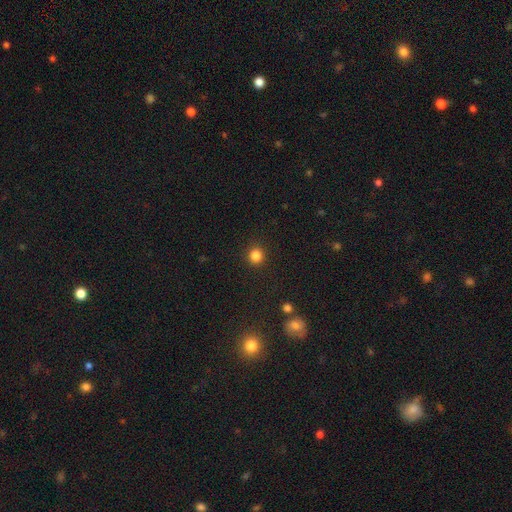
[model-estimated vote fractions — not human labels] smooth_or_featured: smooth (p=0.84) [alt: star or artifact p=0.12]
how_rounded: round (p=0.93) [alt: in between p=0.06]
merging: none (p=0.92) [alt: minor disturbance p=0.05]